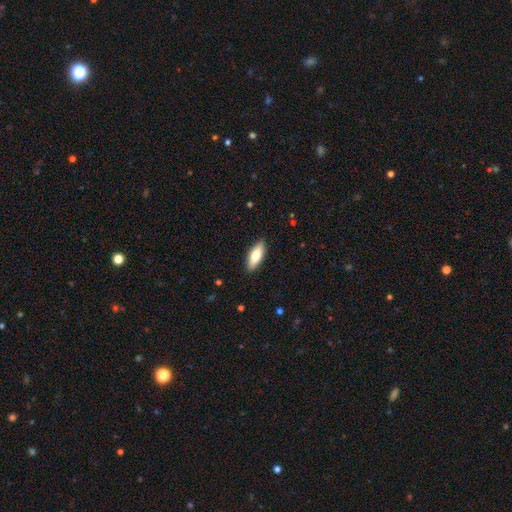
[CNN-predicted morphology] Smooth or featured?
  - smooth: 71% *
  - featured or disk: 23%
  - star or artifact: 6%
How rounded?
  - in between: 69% *
  - cigar-shaped: 28%
  - round: 2%
Merging?
  - none: 90% *
  - minor disturbance: 8%
  - major disturbance: 2%
  - merger: 1%